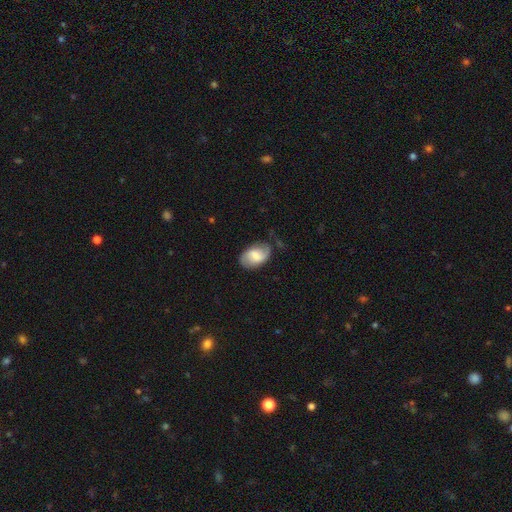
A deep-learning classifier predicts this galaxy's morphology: Overall: featured or disk (50%; smooth 42%). Edge-on disk: no (96%). Merging: none (66%).